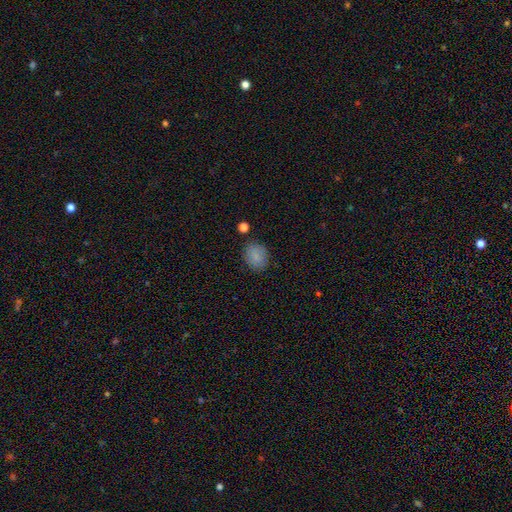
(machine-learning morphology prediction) This is clearly a smooth galaxy (86%). How rounded: possibly round (59%). Merging: clearly none (84%).